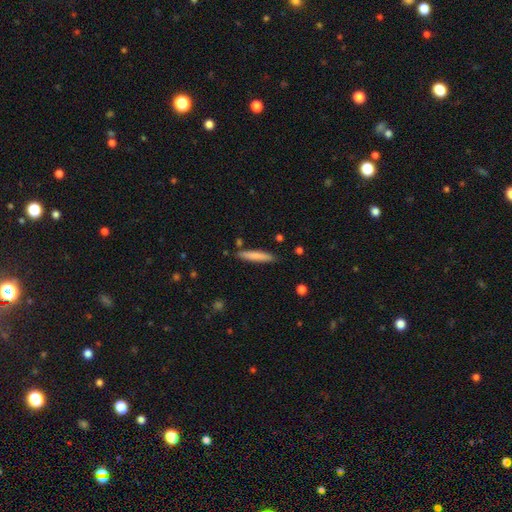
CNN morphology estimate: Smooth or featured? Predicted: smooth (p=0.77). How rounded? Predicted: cigar-shaped (p=0.92). Merging? Predicted: none (p=0.85).